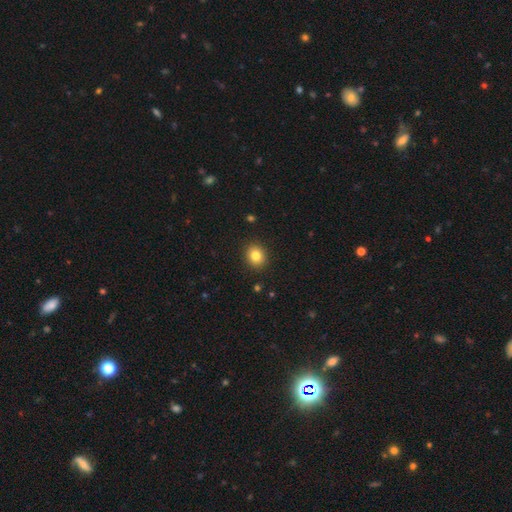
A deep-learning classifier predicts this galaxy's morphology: type=smooth (82%); roundness=round (75%); merging=none (91%).